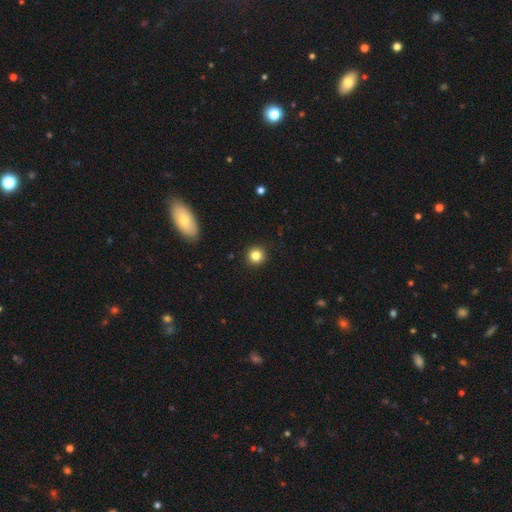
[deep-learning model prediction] A smooth galaxy with no disk features (83%) that is round (94%). Merging: none (92%).